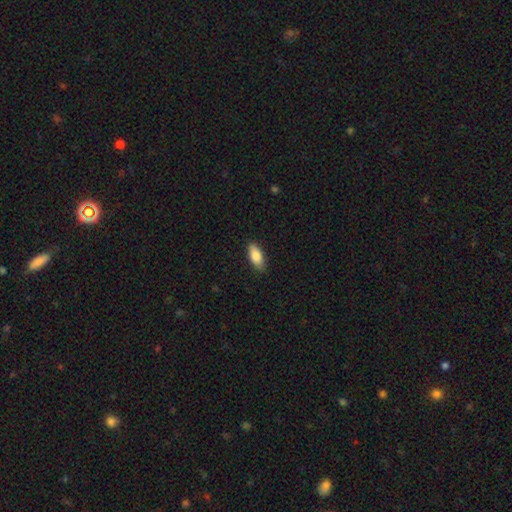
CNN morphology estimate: Smooth or featured? Predicted: smooth (p=0.85). How rounded? Predicted: in between (p=0.83). Merging? Predicted: none (p=0.86).